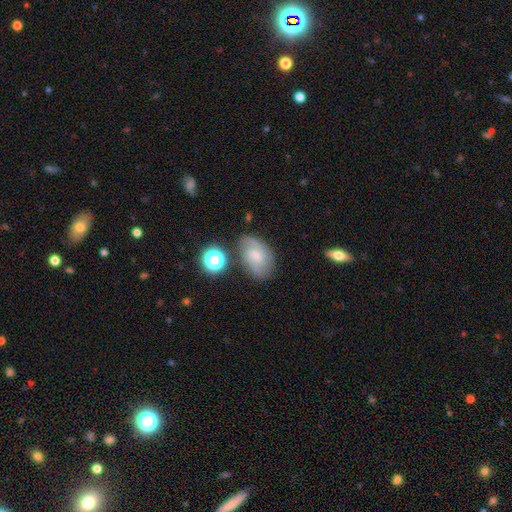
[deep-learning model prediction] A featured or disk galaxy (50%).

Vote fractions:
- Smooth or featured? featured or disk: 50% / smooth: 38% / star or artifact: 11%
- Edge-on disk? no: 96% / yes: 4%
- Merging? none: 60% / minor disturbance: 23% / major disturbance: 10% / merger: 7%